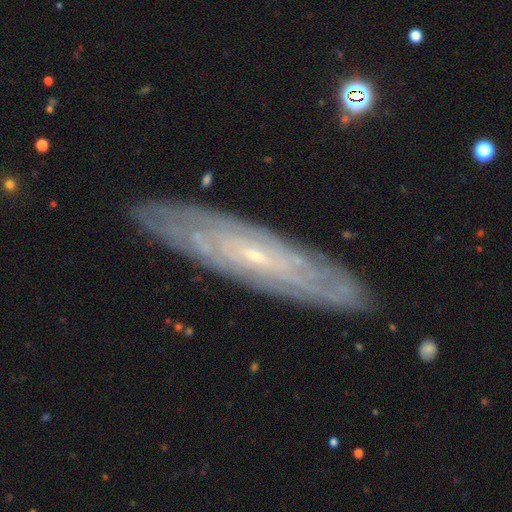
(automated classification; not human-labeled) Morphology: type=featured or disk (81%); edge-on=no (70%); bar=no (57%); spiral arms=yes (91%); winding=tight (77%); arm count=can't tell (59%); bulge=small (86%); merging=none (86%).